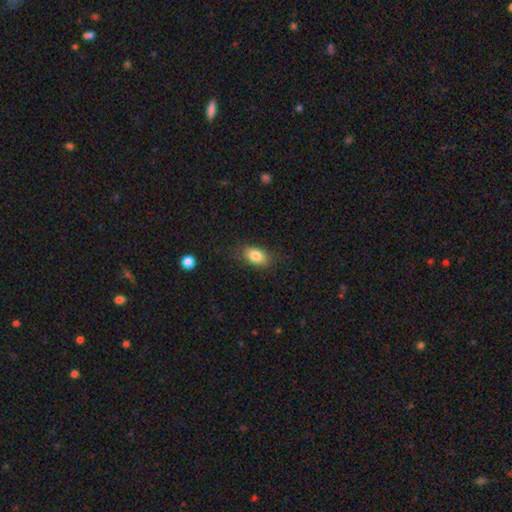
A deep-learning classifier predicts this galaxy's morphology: Smooth or featured?
  - smooth: 83% *
  - featured or disk: 9%
  - star or artifact: 8%
How rounded?
  - in between: 86% *
  - round: 11%
  - cigar-shaped: 3%
Merging?
  - none: 77% *
  - minor disturbance: 16%
  - major disturbance: 5%
  - merger: 1%